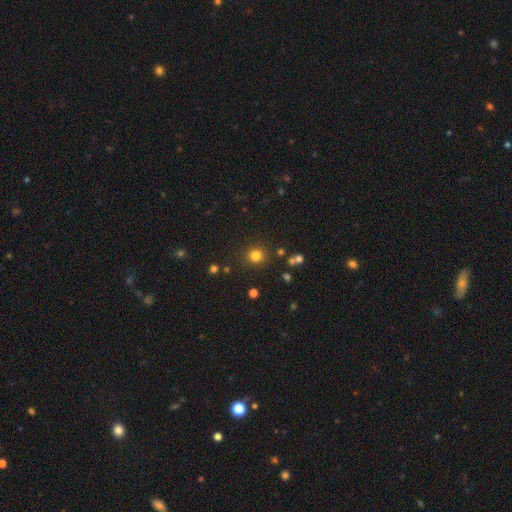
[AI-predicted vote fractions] A smooth galaxy with no disk features (80%) that is round (92%). Merging: none (88%).